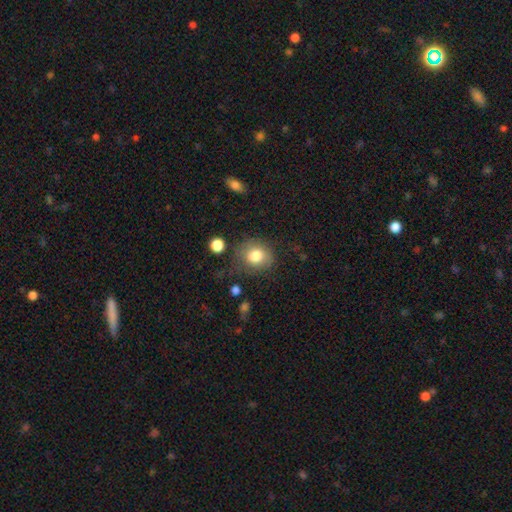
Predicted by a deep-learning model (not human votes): Overall: smooth (81%). How rounded: round (72%). Merging: none (64%).